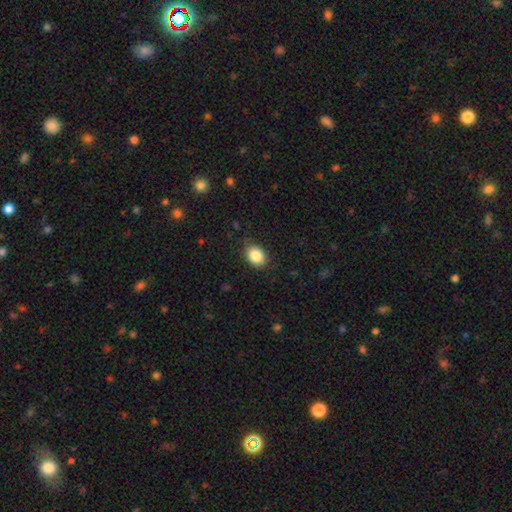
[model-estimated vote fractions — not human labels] smooth 86%, star or artifact 8%, featured or disk 6%. Down the decision tree: how rounded — in between (70%); merging — none (81%).